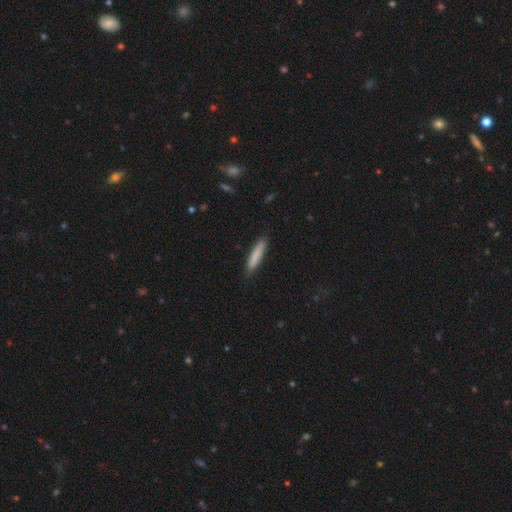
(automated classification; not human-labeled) smooth 83%, featured or disk 11%, star or artifact 6%. Down the decision tree: how rounded — cigar-shaped (91%); merging — none (89%).